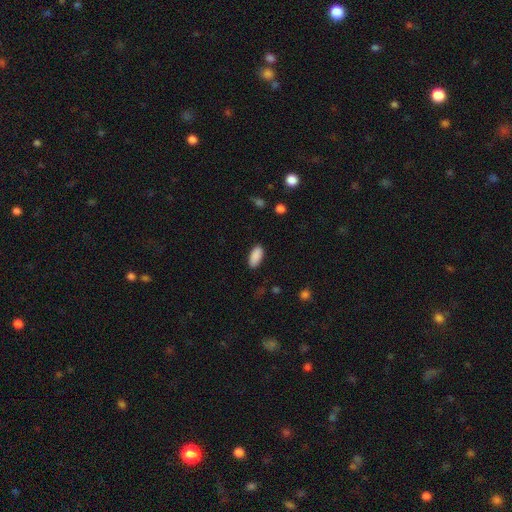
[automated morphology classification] Smooth or featured? smooth (90%)
How rounded? in between (92%)
Merging? none (87%)